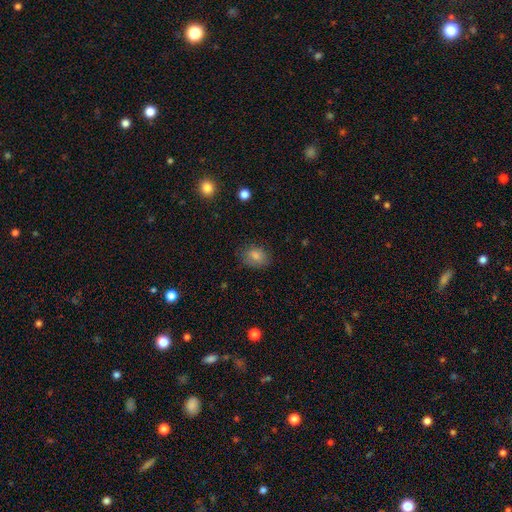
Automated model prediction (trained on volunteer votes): Q: Smooth or featured?
A: smooth (82%); runner-up: star or artifact (10%)
Q: How rounded?
A: in between (62%); runner-up: round (37%)
Q: Merging?
A: none (76%); runner-up: minor disturbance (18%)